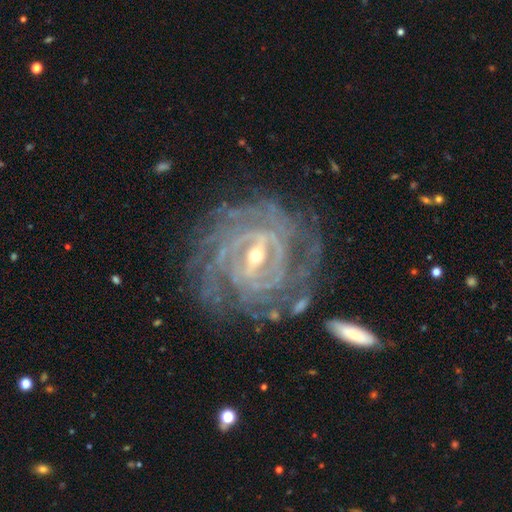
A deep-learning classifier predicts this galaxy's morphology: A featured or disk galaxy (91%) with a strong bar (50%), tight (81%) spiral arms (97%) and a small central bulge (55%).

Vote fractions:
- Smooth or featured? featured or disk: 91% / star or artifact: 5% / smooth: 4%
- Edge-on disk? no: 96% / yes: 4%
- Bar? strong: 50% / weak: 39% / no: 11%
- Spiral arms? yes: 97% / no: 3%
- Spiral winding? tight: 81% / medium: 16% / loose: 3%
- Spiral arm count? can't tell: 28% / 4: 25% / 3: 15% / more than 4: 14% / 2: 12% / 1: 6%
- Bulge size? small: 55% / moderate: 41% / large: 2% / none: 1% / dominant: 1%
- Merging? none: 73% / minor disturbance: 15% / major disturbance: 8% / merger: 4%